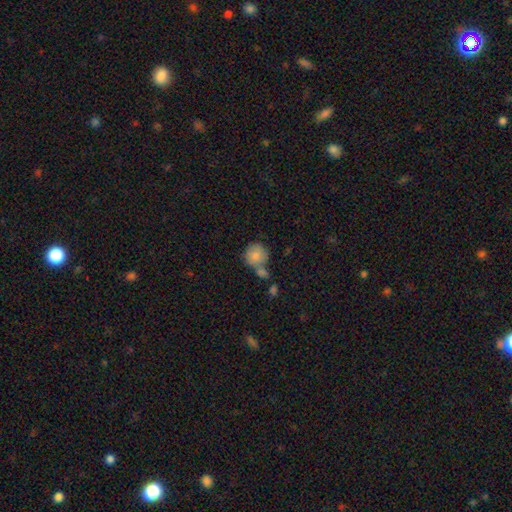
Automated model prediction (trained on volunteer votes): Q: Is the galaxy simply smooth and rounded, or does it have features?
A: smooth — 80%.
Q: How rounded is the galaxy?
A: round — 85%.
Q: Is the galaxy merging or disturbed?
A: none — 47%.